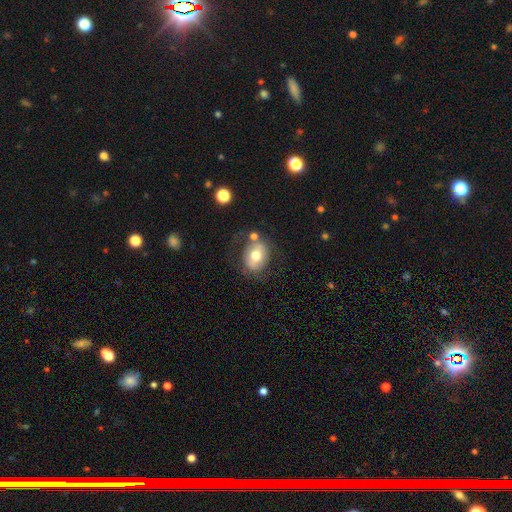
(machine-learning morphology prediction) Smooth or featured?
  - smooth: 57% *
  - featured or disk: 35%
  - star or artifact: 8%
How rounded?
  - in between: 55% *
  - round: 44%
  - cigar-shaped: 1%
Merging?
  - none: 61% *
  - minor disturbance: 18%
  - merger: 11%
  - major disturbance: 11%